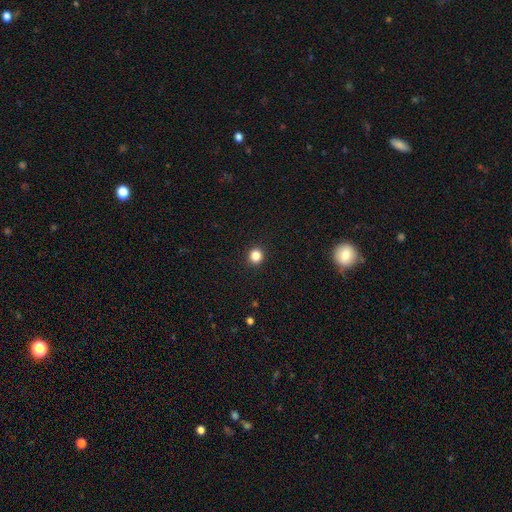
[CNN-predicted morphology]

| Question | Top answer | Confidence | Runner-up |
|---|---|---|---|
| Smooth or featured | smooth | 85% | star or artifact (12%) |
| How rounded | round | 91% | in between (8%) |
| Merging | none | 93% | minor disturbance (5%) |